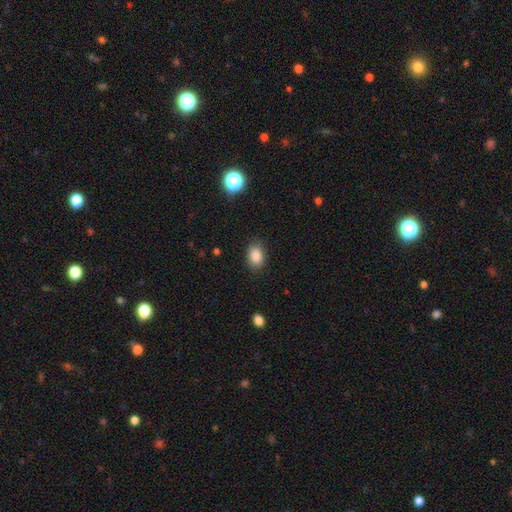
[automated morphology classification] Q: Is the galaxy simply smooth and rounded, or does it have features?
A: smooth — 87%.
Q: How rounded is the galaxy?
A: in between — 81%.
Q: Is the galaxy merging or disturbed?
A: none — 83%.